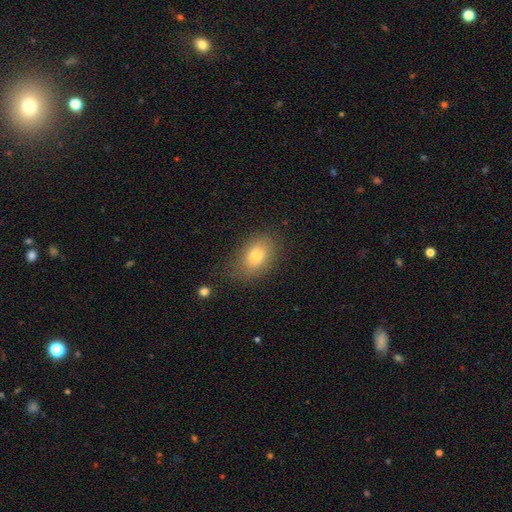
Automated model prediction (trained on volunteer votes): smooth 76%, featured or disk 14%, star or artifact 10%. Down the decision tree: how rounded — in between (83%); merging — none (78%).